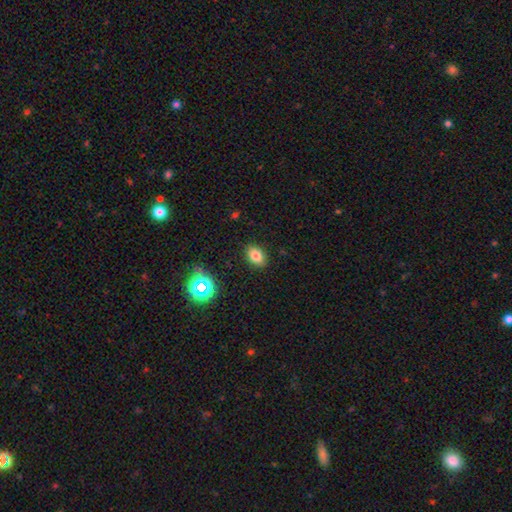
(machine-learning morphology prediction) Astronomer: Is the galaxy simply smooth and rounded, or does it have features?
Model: smooth — 78%.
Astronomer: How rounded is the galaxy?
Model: in between — 83%.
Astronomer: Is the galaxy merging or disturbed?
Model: none — 87%.